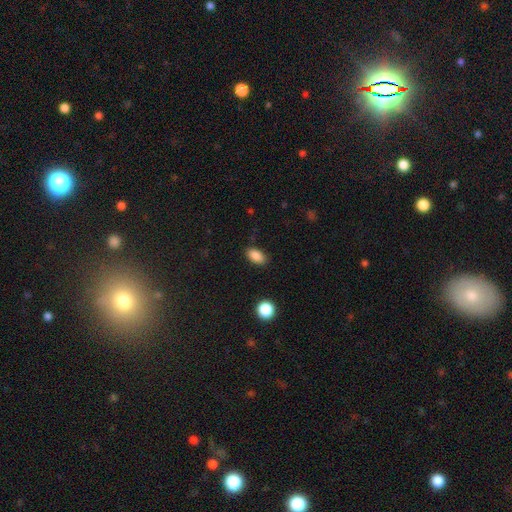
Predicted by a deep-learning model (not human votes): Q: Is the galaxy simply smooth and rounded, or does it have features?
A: smooth — 87%.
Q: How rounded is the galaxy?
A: in between — 90%.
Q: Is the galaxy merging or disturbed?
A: none — 85%.